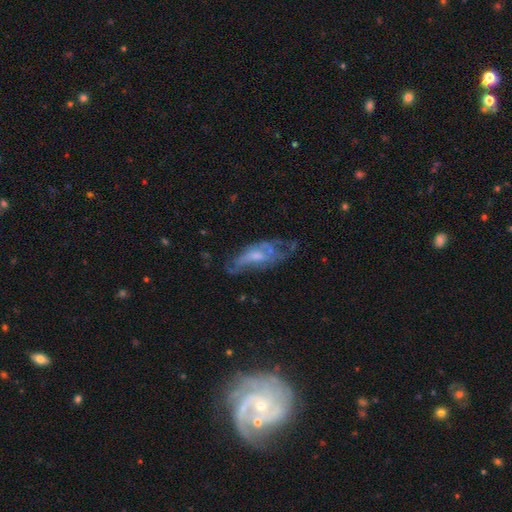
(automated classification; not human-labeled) This appears to be a featured or disk galaxy (64%) with no bar (63%), spiral arms (56%) and a moderate central bulge (43%). Merging: none (44%).